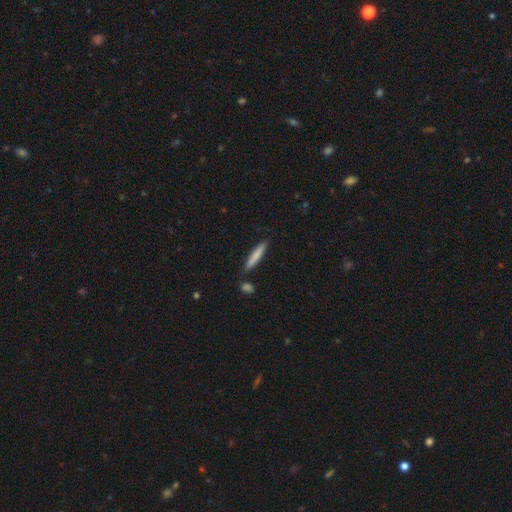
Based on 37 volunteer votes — A smooth galaxy with no disk features (76%) that is cigar-shaped (96%).

Vote fractions:
- Smooth or featured? smooth: 76% / featured or disk: 22% / star or artifact: 3%
- How rounded? cigar-shaped: 96% / in between: 4% / round: 0%
- Merging? none: 83% / merger: 8% / minor disturbance: 6% / major disturbance: 3%